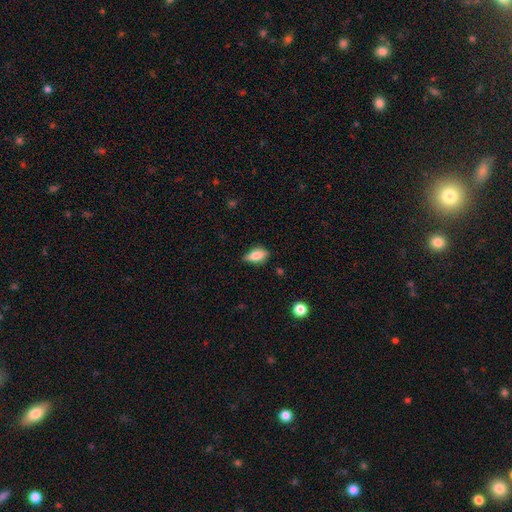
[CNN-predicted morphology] This appears to be a smooth galaxy with no disk features (76%) that is in between round and cigar-shaped (82%). Merging: none (71%).